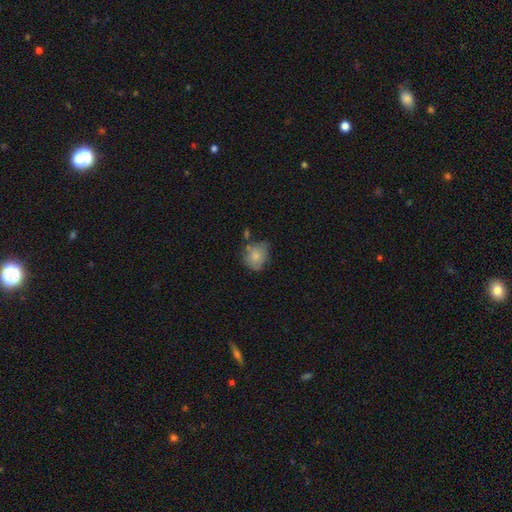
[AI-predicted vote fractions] This is likely a smooth galaxy (78%). How rounded: likely round (63%). Merging: possibly none (52%).